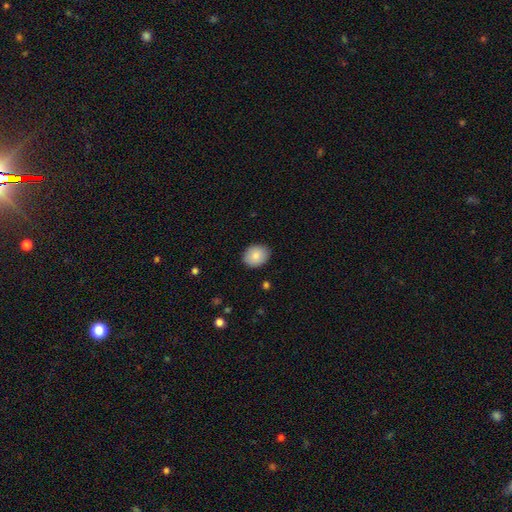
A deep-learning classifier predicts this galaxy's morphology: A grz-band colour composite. It shows a smooth galaxy with no disk features (84%) that is in between round and cigar-shaped (50%). Merging: none (87%).